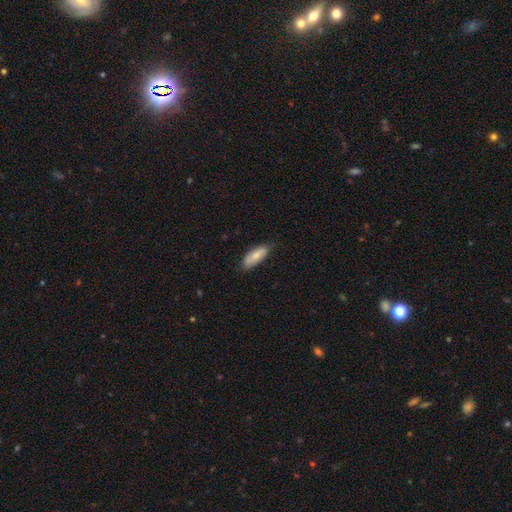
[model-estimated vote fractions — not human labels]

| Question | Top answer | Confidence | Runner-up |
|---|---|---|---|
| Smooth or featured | smooth | 77% | featured or disk (17%) |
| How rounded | in between | 69% | cigar-shaped (29%) |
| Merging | none | 73% | minor disturbance (23%) |